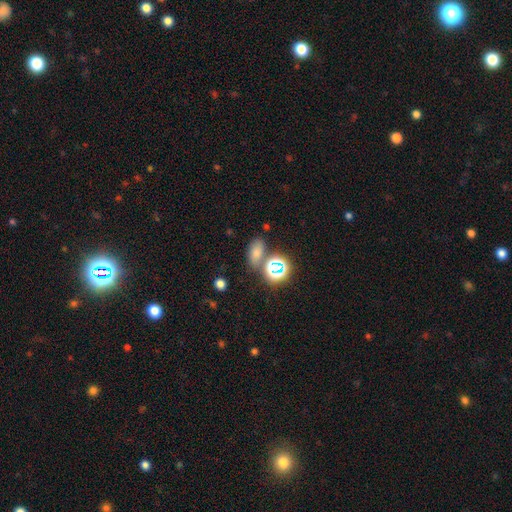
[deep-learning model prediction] Smooth or featured?
  - smooth: 53% *
  - star or artifact: 36%
  - featured or disk: 11%
How rounded?
  - in between: 71% *
  - round: 24%
  - cigar-shaped: 4%
Merging?
  - none: 70% *
  - merger: 14%
  - minor disturbance: 11%
  - major disturbance: 4%